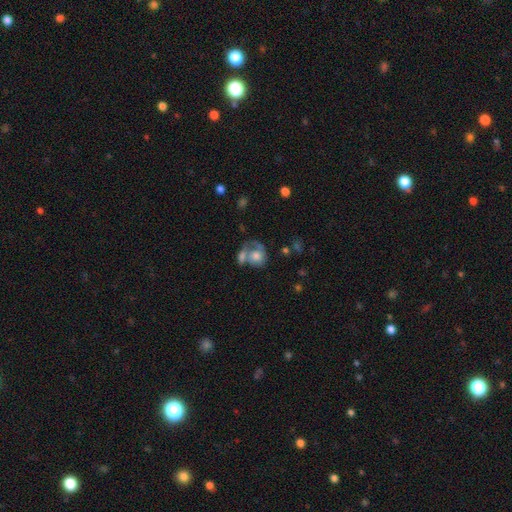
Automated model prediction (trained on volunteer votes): Smooth or featured: smooth — 57% (featured or disk — 35%)
How rounded: round — 65% (in between — 34%)
Merging: merger — 50% (none — 22%)